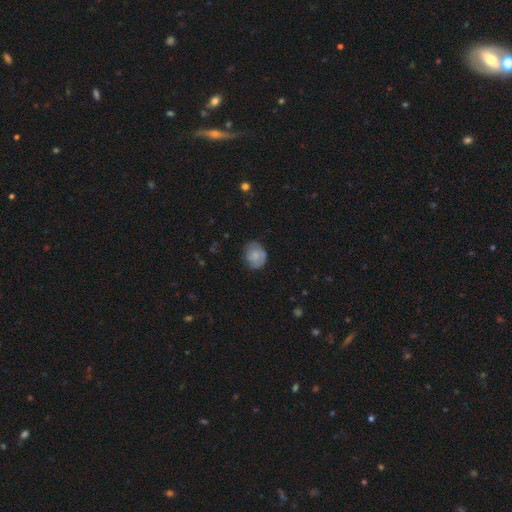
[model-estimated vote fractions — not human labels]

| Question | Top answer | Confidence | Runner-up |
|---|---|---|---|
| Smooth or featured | smooth | 63% | featured or disk (29%) |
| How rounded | round | 62% | in between (37%) |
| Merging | none | 66% | minor disturbance (24%) |